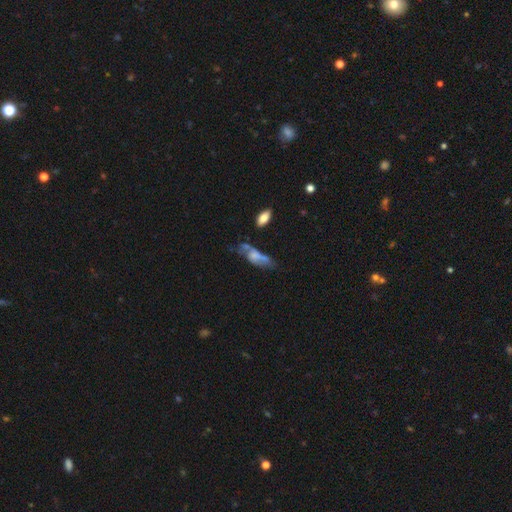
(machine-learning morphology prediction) A smooth galaxy with no disk features (49%). Merging: none (33%).